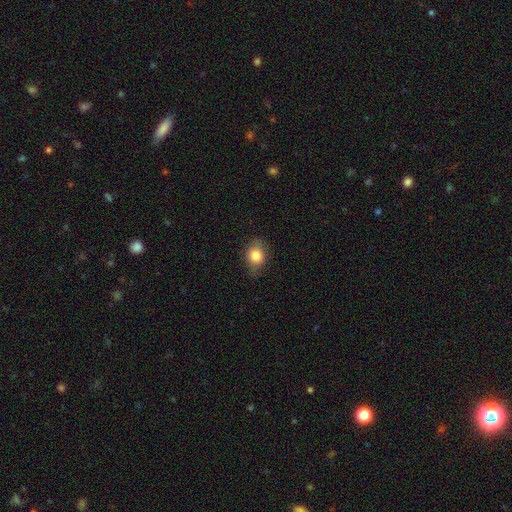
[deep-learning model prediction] A smooth galaxy with no disk features (81%) that is in between round and cigar-shaped (56%).

Vote fractions:
- Smooth or featured? smooth: 81% / featured or disk: 10% / star or artifact: 9%
- How rounded? in between: 56% / round: 43% / cigar-shaped: 2%
- Merging? none: 72% / minor disturbance: 22% / major disturbance: 5% / merger: 1%